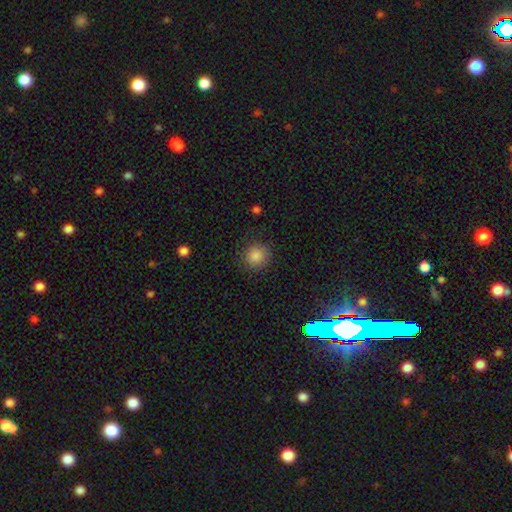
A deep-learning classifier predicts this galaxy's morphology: smooth-or-featured: smooth: 85% | star or artifact: 11% | featured or disk: 5%
  how-rounded: round: 91% | in between: 8% | cigar-shaped: 1%
  merging: none: 87% | minor disturbance: 9% | major disturbance: 3% | merger: 1%